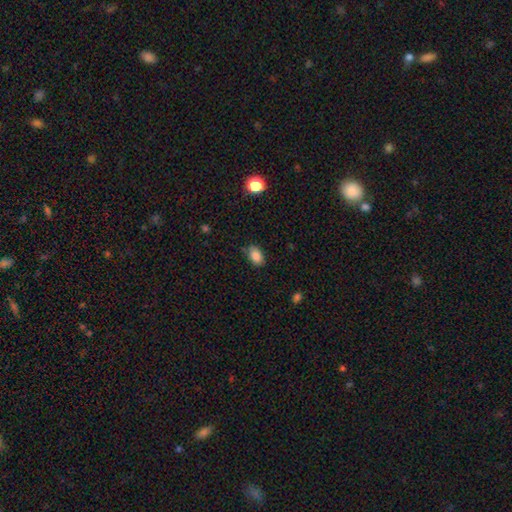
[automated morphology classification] This is clearly a smooth galaxy (85%). How rounded: clearly in between (84%). Merging: likely none (72%).